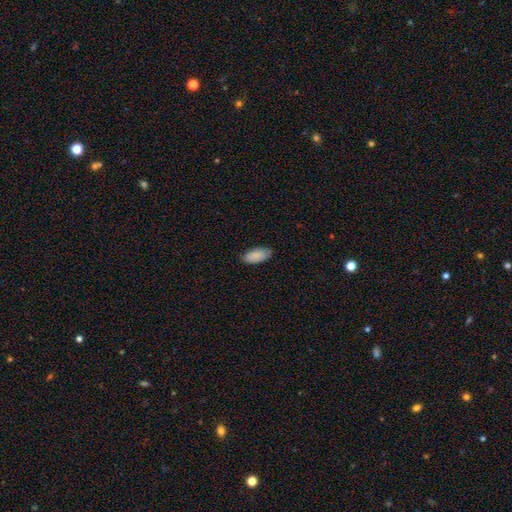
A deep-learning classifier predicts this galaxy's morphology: Smooth or featured? smooth (86%)
How rounded? in between (92%)
Merging? none (81%)